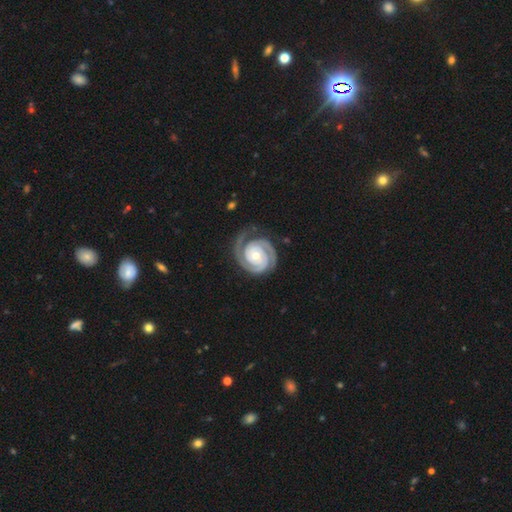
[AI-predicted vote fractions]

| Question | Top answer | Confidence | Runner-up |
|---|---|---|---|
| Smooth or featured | featured or disk | 93% | smooth (4%) |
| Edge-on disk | no | 98% | yes (2%) |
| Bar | no | 69% | weak (20%) |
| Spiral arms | yes | 99% | no (1%) |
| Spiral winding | tight | 83% | medium (15%) |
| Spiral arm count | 2 | 82% | 3 (9%) |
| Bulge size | moderate | 52% | small (44%) |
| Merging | none | 78% | minor disturbance (15%) |